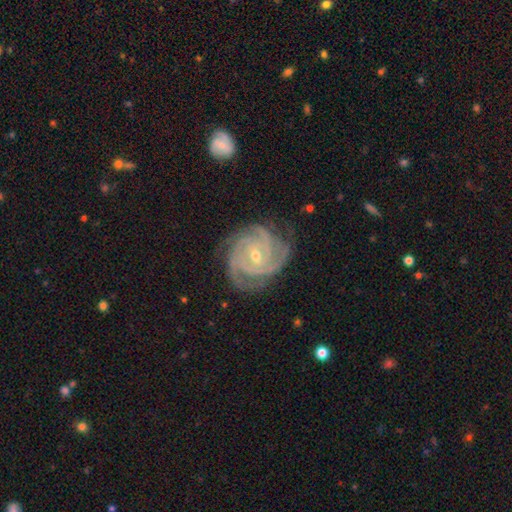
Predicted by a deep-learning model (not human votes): Morphology: type=featured or disk (93%); edge-on=no (98%); bar=no (53%); spiral arms=yes (99%); winding=tight (78%); arm count=3 (39%); bulge=small (55%); merging=none (77%).